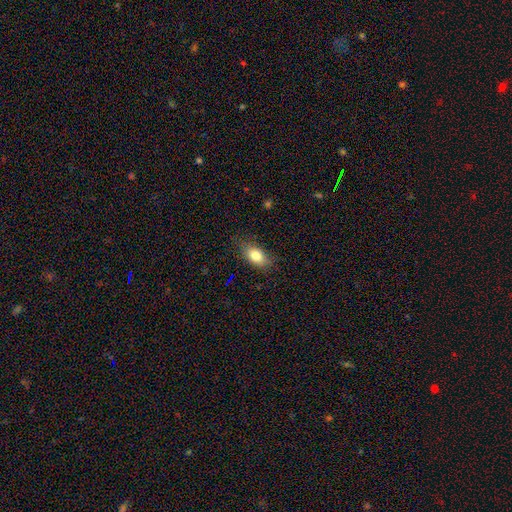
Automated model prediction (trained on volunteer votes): smooth 81%, featured or disk 11%, star or artifact 8%. Down the decision tree: how rounded — in between (87%); merging — none (80%).